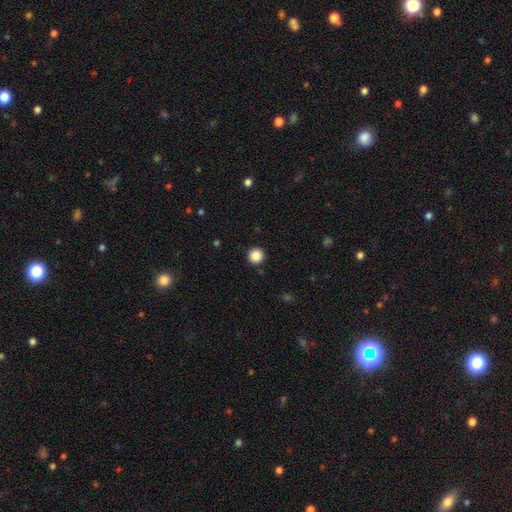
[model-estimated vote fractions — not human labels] Smooth or featured?
  - smooth: 86% *
  - star or artifact: 10%
  - featured or disk: 3%
How rounded?
  - round: 96% *
  - in between: 3%
  - cigar-shaped: 1%
Merging?
  - none: 92% *
  - minor disturbance: 5%
  - major disturbance: 2%
  - merger: 1%